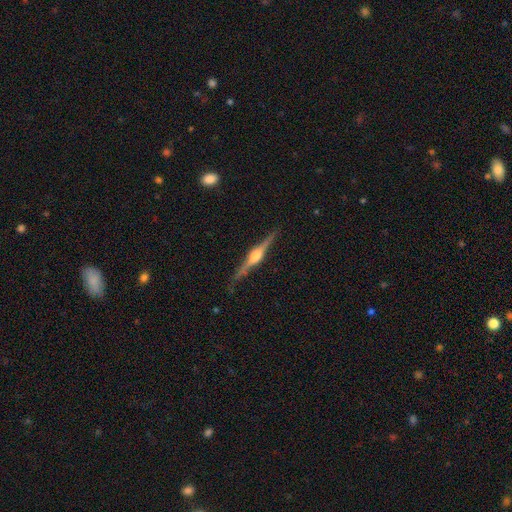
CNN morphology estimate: Overall: featured or disk (84%). Edge-on disk: yes (98%). Edge-on bulge: rounded (91%). Merging: none (88%).